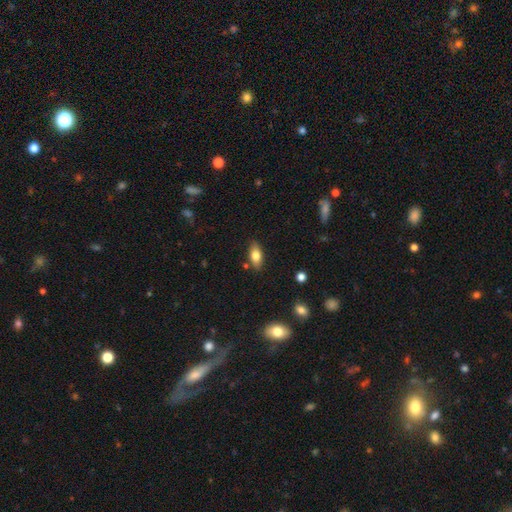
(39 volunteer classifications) smooth 82%, featured or disk 15%, star or artifact 3%. Down the decision tree: how rounded — in between (78%); merging — none (92%).